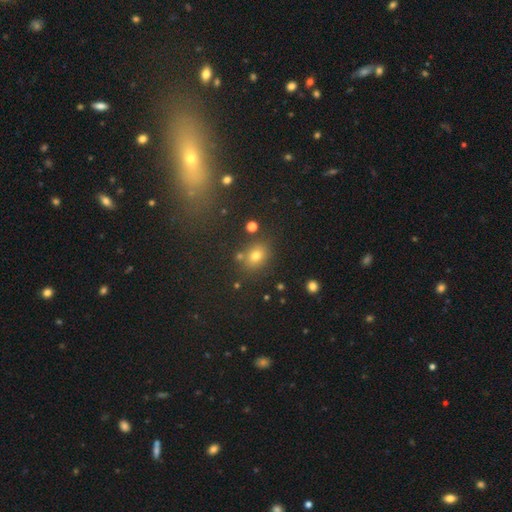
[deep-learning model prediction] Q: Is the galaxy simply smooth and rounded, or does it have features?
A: smooth — 69%.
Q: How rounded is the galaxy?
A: in between — 50%.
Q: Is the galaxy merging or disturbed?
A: none — 77%.